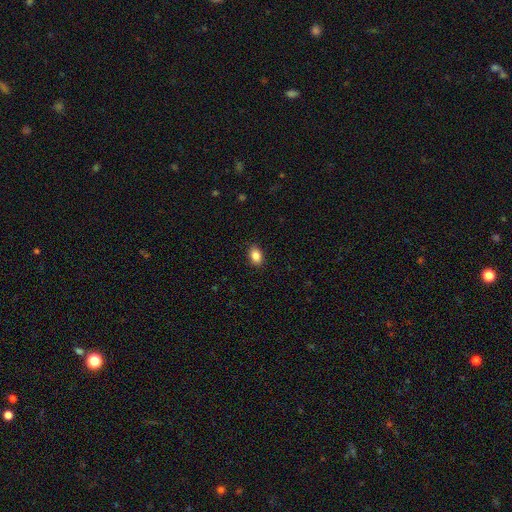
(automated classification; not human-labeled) This is clearly a smooth galaxy (86%). How rounded: clearly in between (82%). Merging: clearly none (89%).